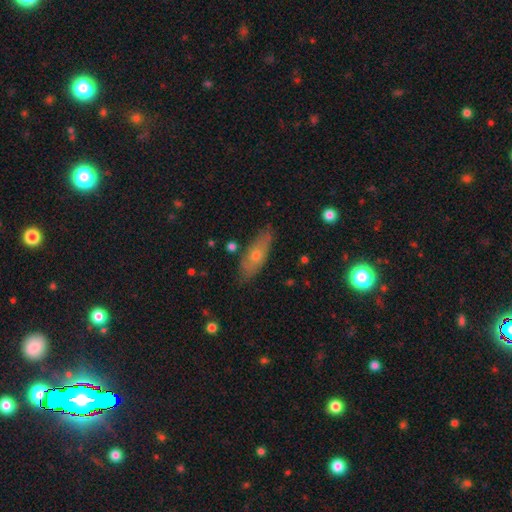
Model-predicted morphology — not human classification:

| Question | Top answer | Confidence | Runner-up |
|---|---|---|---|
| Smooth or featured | smooth | 54% | featured or disk (38%) |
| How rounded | in between | 60% | cigar-shaped (36%) |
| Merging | none | 78% | minor disturbance (16%) |